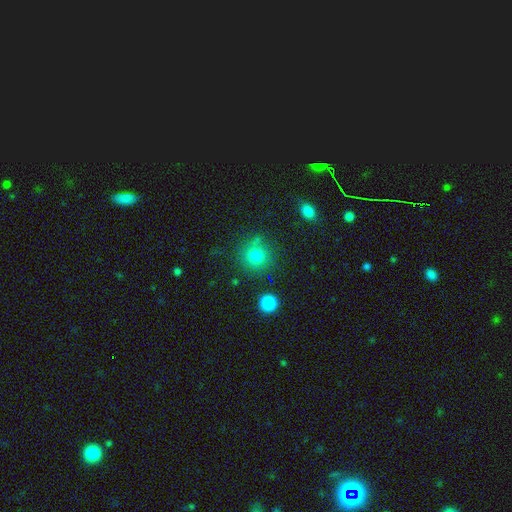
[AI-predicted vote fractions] This is likely a smooth galaxy (79%). How rounded: clearly round (92%). Merging: likely none (78%).